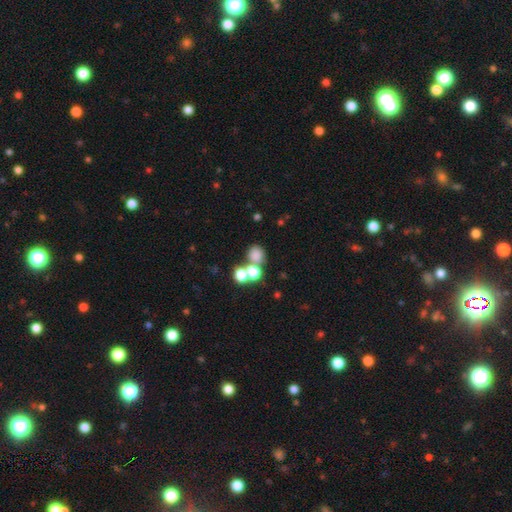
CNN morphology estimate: Smooth or featured? smooth (72%)
How rounded? round (77%)
Merging? none (48%)